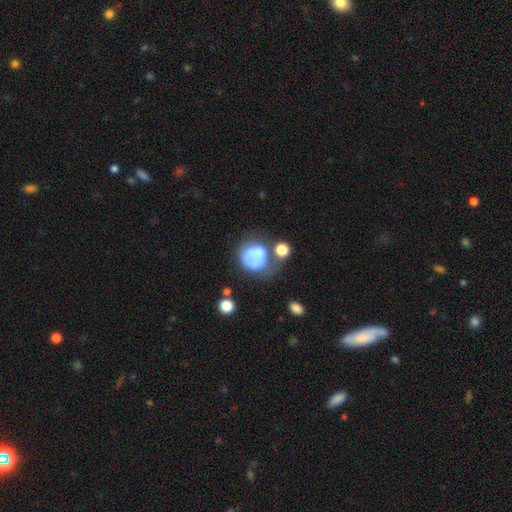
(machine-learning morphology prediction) Smooth or featured?
  - smooth: 64% *
  - featured or disk: 26%
  - star or artifact: 10%
How rounded?
  - round: 72% *
  - in between: 27%
  - cigar-shaped: 1%
Merging?
  - none: 29% *
  - major disturbance: 27%
  - minor disturbance: 23%
  - merger: 21%